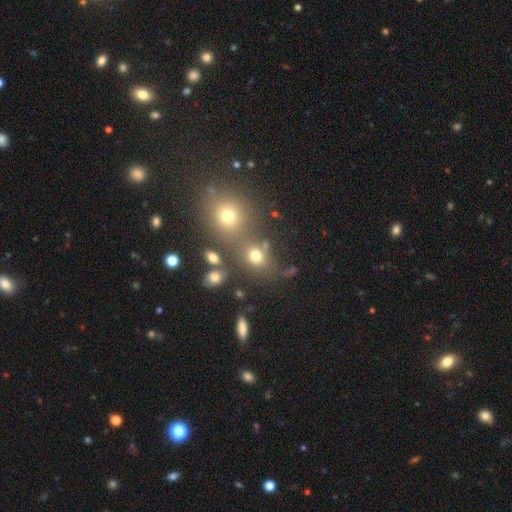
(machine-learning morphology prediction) The model was most divided on "merging": none: 52%, merger: 30%, minor disturbance: 11%, major disturbance: 7%. More confident: smooth or featured — smooth (72%); how rounded — round (65%).